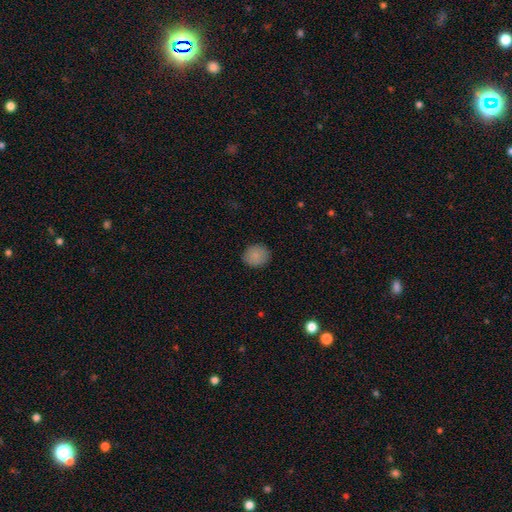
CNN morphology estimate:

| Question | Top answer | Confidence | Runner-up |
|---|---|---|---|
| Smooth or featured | smooth | 86% | star or artifact (9%) |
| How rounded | round | 77% | in between (22%) |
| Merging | none | 88% | minor disturbance (9%) |